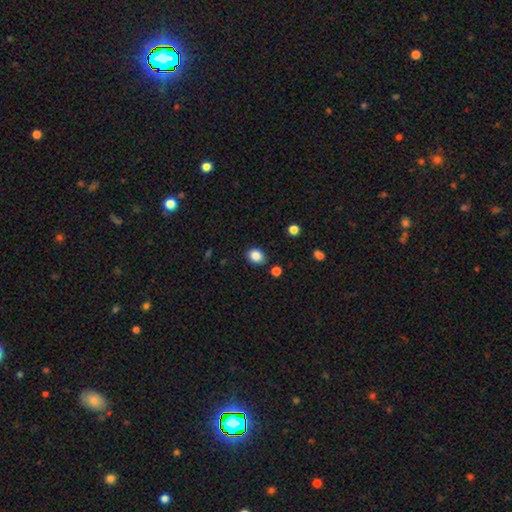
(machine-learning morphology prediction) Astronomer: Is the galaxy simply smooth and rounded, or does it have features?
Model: smooth — 86%.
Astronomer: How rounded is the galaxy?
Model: round — 54% (runner-up: in between, 45%).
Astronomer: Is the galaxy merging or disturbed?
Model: none — 84%.